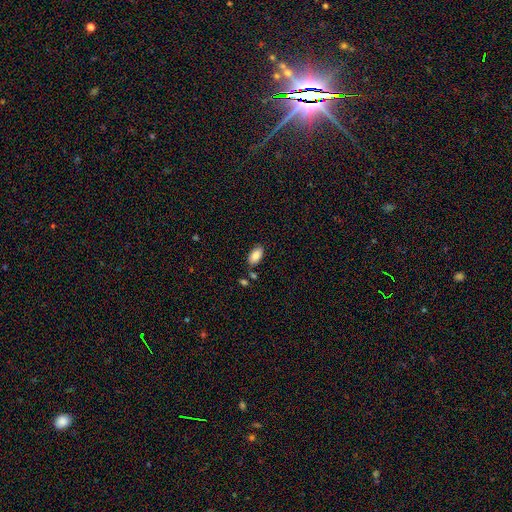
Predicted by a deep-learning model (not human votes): Q: Smooth or featured?
A: smooth (87%); runner-up: star or artifact (7%)
Q: How rounded?
A: in between (94%); runner-up: cigar-shaped (3%)
Q: Merging?
A: none (78%); runner-up: minor disturbance (12%)